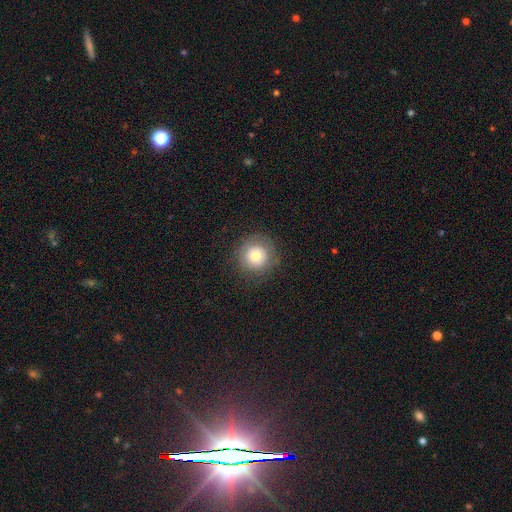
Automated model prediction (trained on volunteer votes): Smooth or featured: smooth — 69% (featured or disk — 19%)
How rounded: round — 95% (in between — 4%)
Merging: none — 83% (minor disturbance — 10%)